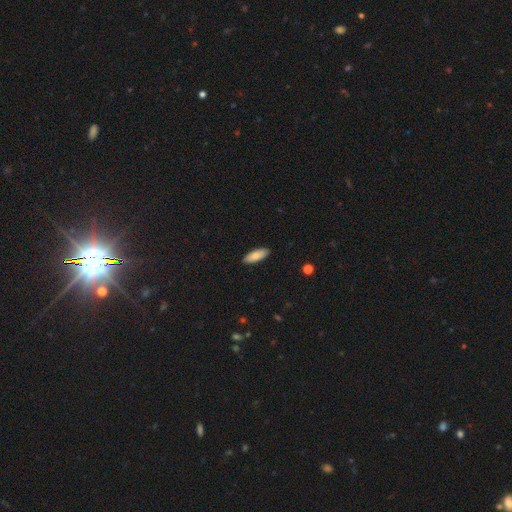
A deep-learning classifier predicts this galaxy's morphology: This appears to be a smooth galaxy with no disk features (79%) that is in between round and cigar-shaped (74%). Merging: none (89%).